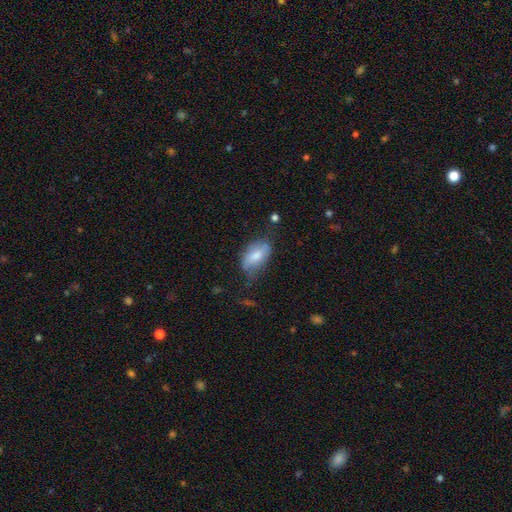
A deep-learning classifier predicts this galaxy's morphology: type=smooth (68%); roundness=in between (91%); merging=none (49%).